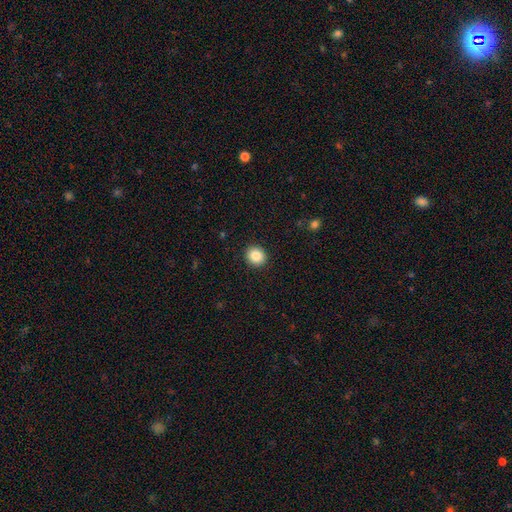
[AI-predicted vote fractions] A smooth galaxy with no disk features (85%) that is round (83%). Merging: none (92%).